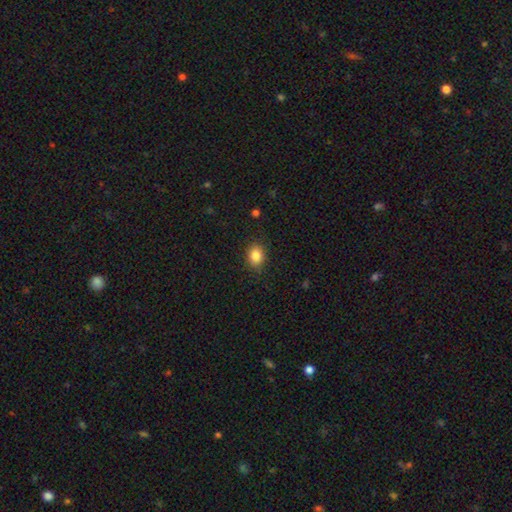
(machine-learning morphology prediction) Smooth or featured: smooth — 85% (star or artifact — 10%)
How rounded: in between — 57% (round — 42%)
Merging: none — 86% (minor disturbance — 11%)